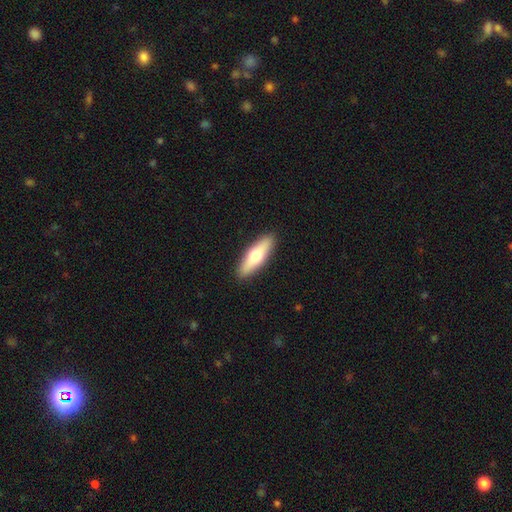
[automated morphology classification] A smooth galaxy with no disk features (57%) that is cigar-shaped (59%).

Vote fractions:
- Smooth or featured? smooth: 57% / featured or disk: 38% / star or artifact: 5%
- How rounded? cigar-shaped: 59% / in between: 39% / round: 2%
- Merging? none: 90% / minor disturbance: 7% / major disturbance: 2% / merger: 1%